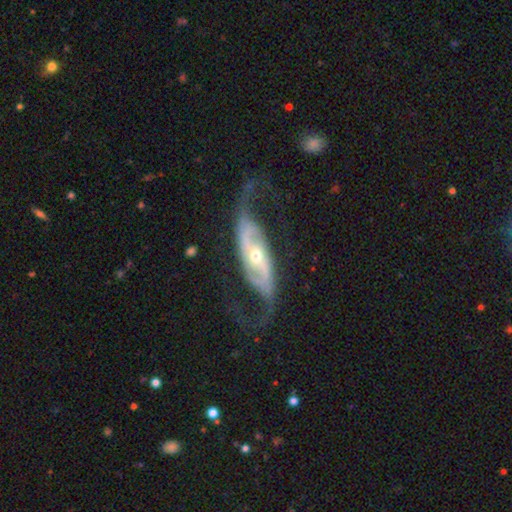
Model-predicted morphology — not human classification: Smooth or featured: featured or disk — 89% (smooth — 6%)
Edge-on disk: no — 91% (yes — 9%)
Bar: no — 40% (strong — 30%)
Spiral arms: yes — 95% (no — 5%)
Spiral winding: loose — 58% (medium — 30%)
Spiral arm count: 2 — 92% (can't tell — 3%)
Bulge size: moderate — 49% (small — 47%)
Merging: none — 68% (minor disturbance — 16%)